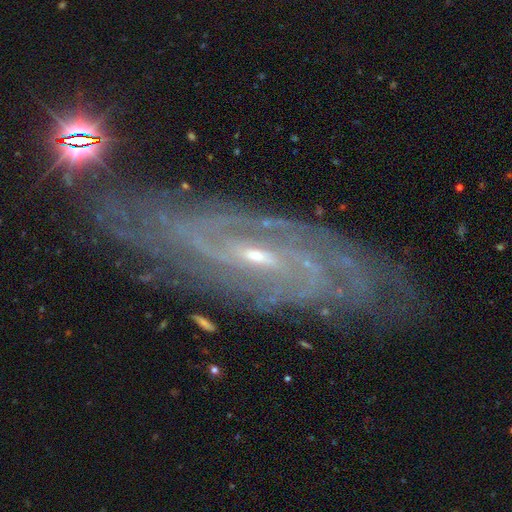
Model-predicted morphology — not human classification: The model was most divided on "bar": no: 58%, weak: 31%, strong: 11%. Remaining: spiral arms — yes (92%); merging — none (81%); bulge size — small (80%); edge-on disk — no (77%); smooth or featured — featured or disk (76%); spiral winding — tight (68%); spiral arm count — can't tell (47%).